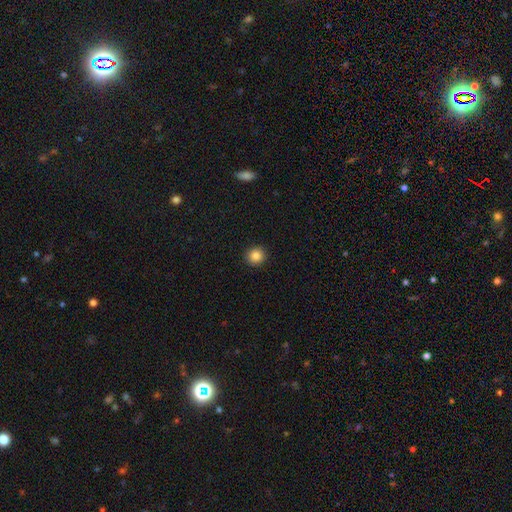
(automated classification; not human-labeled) Morphology: type=smooth (85%); roundness=round (90%); merging=none (93%).